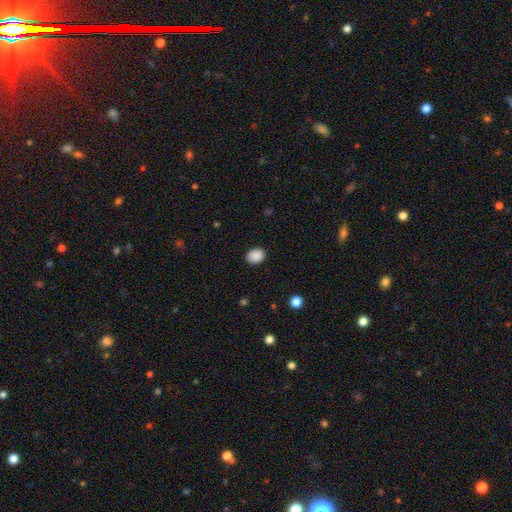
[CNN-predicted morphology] smooth 89%, star or artifact 8%, featured or disk 3%. Down the decision tree: how rounded — round (50%); merging — none (89%).